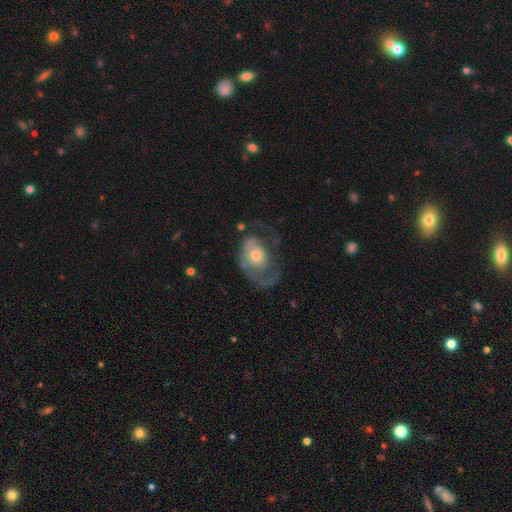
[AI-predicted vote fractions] Morphology: type=featured or disk (64%); edge-on=no (96%); bar=no (80%); spiral arms=yes (66%); bulge=moderate (59%); merging=major disturbance (45%).